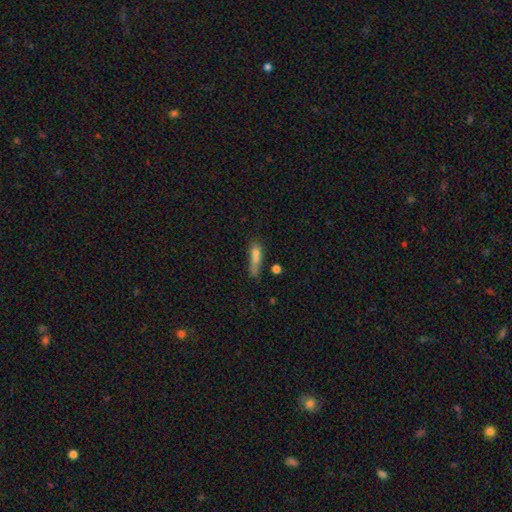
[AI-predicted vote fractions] smooth-or-featured: smooth: 67% | featured or disk: 21% | star or artifact: 12%
  how-rounded: cigar-shaped: 56% | in between: 35% | round: 8%
  merging: none: 35% | merger: 32% | minor disturbance: 18% | major disturbance: 15%